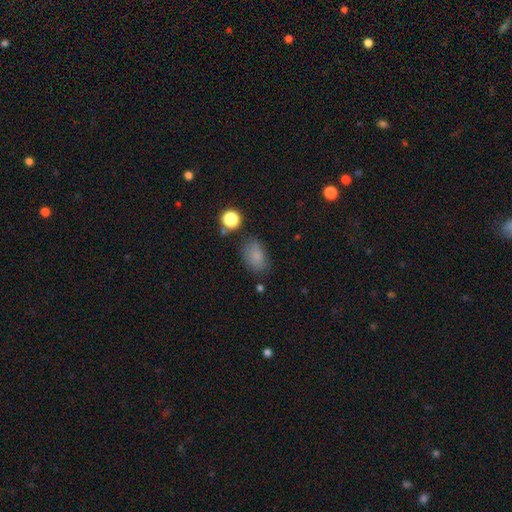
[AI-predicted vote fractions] This appears to be a smooth galaxy with no disk features (81%) that is in between round and cigar-shaped (84%). Merging: none (73%).